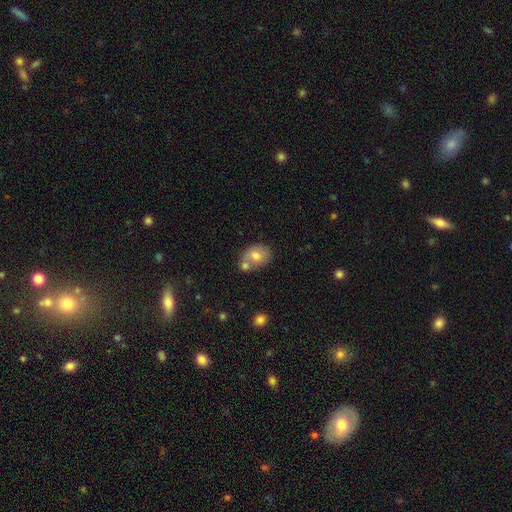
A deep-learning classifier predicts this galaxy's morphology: Smooth or featured? smooth (72%)
How rounded? in between (61%)
Merging? none (41%, tied with merger)